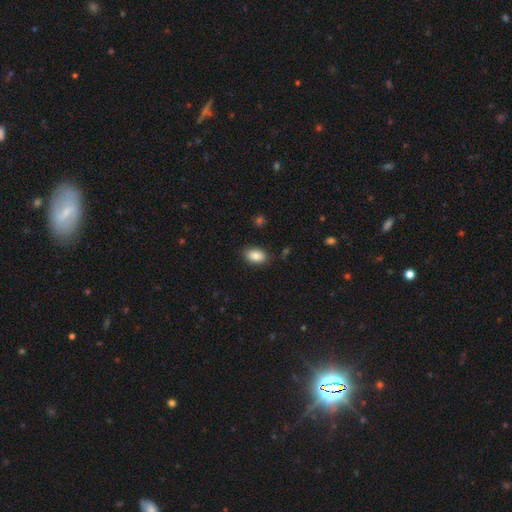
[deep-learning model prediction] This is clearly a smooth galaxy (87%). How rounded: clearly in between (90%). Merging: clearly none (86%).